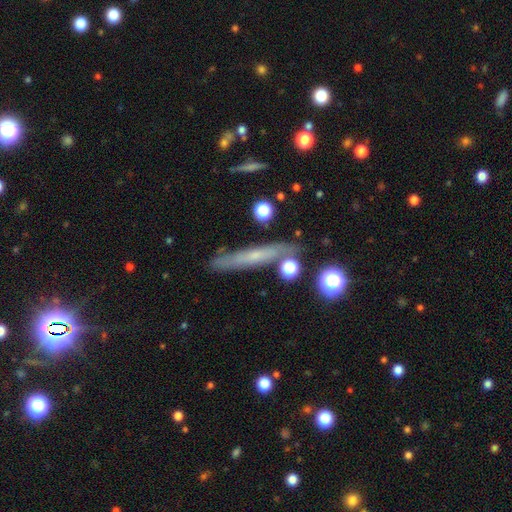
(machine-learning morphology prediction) This is possibly a featured or disk galaxy (45%). Merging: likely none (78%).